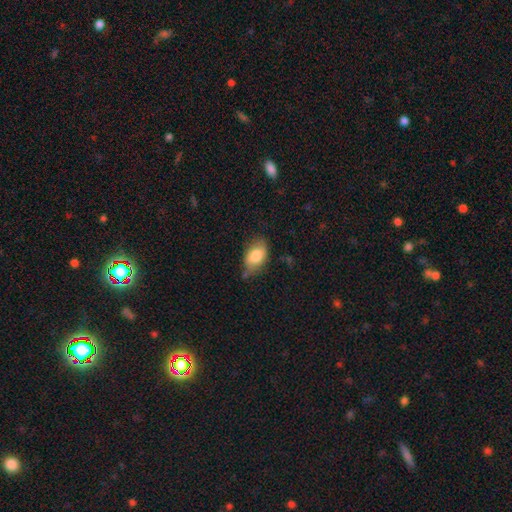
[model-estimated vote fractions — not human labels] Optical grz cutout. It shows a smooth galaxy with no disk features (79%) that is in between round and cigar-shaped (90%). Merging: none (66%).